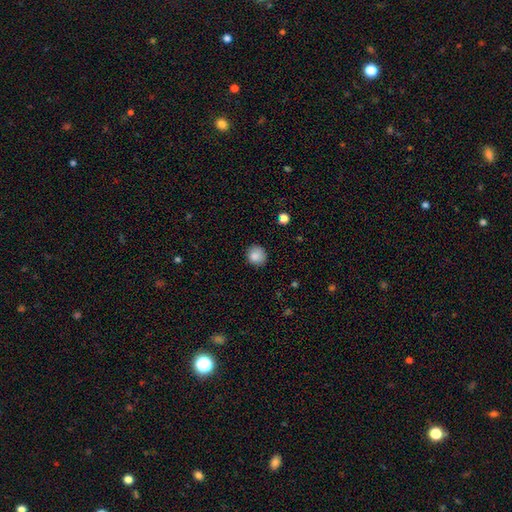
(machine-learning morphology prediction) A smooth galaxy with no disk features (86%) that is round (84%).

Vote fractions:
- Smooth or featured? smooth: 86% / star or artifact: 9% / featured or disk: 5%
- How rounded? round: 84% / in between: 15% / cigar-shaped: 1%
- Merging? none: 84% / minor disturbance: 12% / major disturbance: 3% / merger: 1%